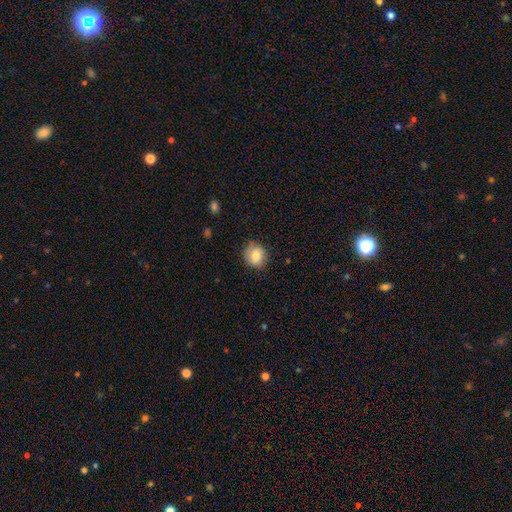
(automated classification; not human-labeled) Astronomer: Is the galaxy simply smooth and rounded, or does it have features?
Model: smooth — 83%.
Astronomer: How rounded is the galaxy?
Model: round — 79%.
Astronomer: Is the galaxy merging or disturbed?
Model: none — 82%.